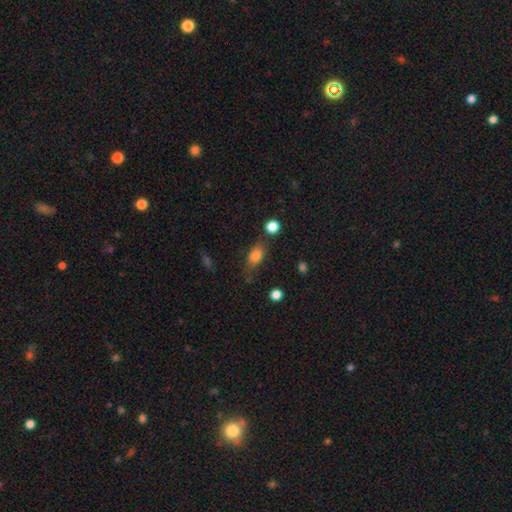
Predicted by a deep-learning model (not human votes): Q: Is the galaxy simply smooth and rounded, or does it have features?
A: smooth — 80%.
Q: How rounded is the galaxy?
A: in between — 79%.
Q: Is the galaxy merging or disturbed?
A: none — 60%.